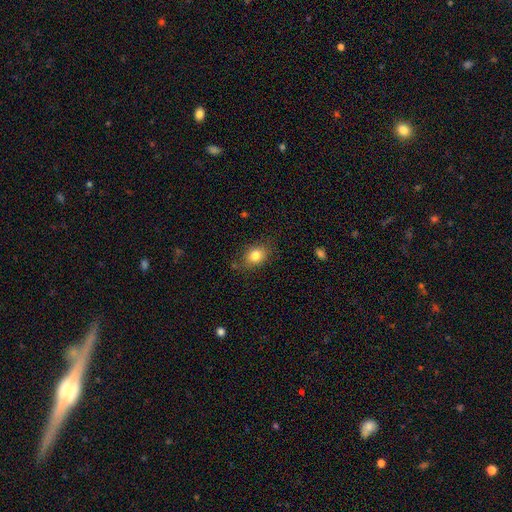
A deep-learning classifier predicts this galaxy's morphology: A smooth galaxy with no disk features (80%) that is in between round and cigar-shaped (61%). Merging: none (79%).